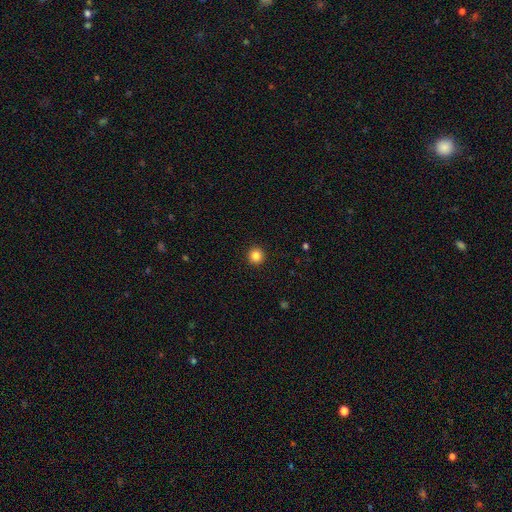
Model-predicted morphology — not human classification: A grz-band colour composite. It shows a smooth galaxy with no disk features (85%) that is round (94%). Merging: none (93%).